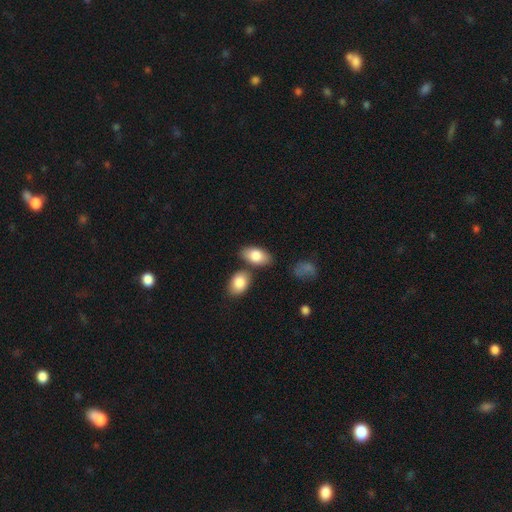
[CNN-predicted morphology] Smooth or featured? Predicted: smooth (p=0.81). How rounded? Predicted: in between (p=0.92). Merging? Predicted: none (p=0.68).